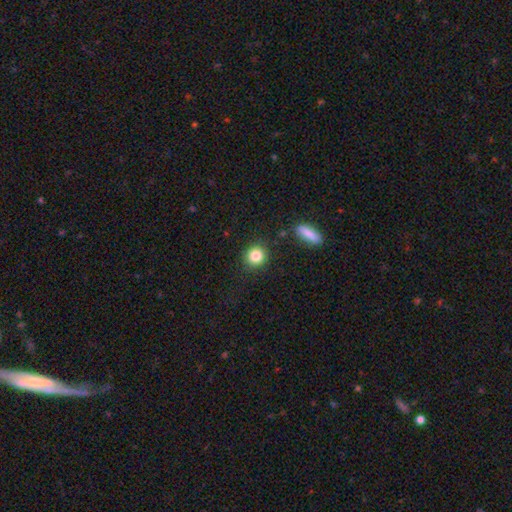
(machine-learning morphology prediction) A smooth galaxy with no disk features (85%) that is round (88%). Merging: none (88%).